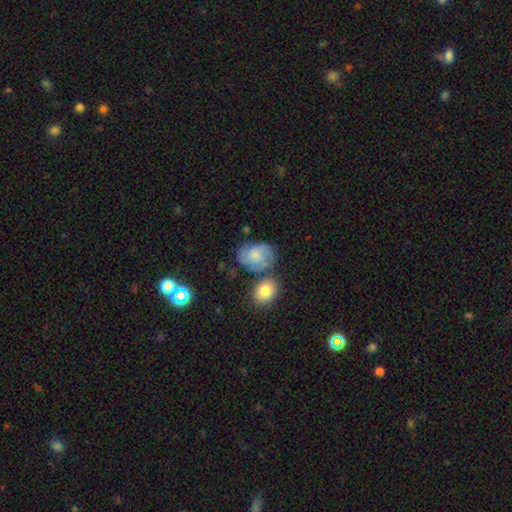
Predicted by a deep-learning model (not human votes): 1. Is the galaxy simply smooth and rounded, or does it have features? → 58% featured or disk, 33% smooth, 9% star or artifact.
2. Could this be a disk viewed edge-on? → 97% no, 3% yes.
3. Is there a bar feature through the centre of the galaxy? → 72% no, 24% weak, 3% strong.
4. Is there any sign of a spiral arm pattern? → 89% yes, 11% no.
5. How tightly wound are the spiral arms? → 44% medium (tied), 44% tight (tied), 13% loose.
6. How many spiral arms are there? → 48% 2, 24% can't tell, 17% 3, 4% 4, 4% 1, 4% more than 4.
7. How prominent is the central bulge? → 56% small, 25% moderate, 14% none, 4% large, 2% dominant.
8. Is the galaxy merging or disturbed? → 60% none, 20% minor disturbance, 12% merger, 8% major disturbance.